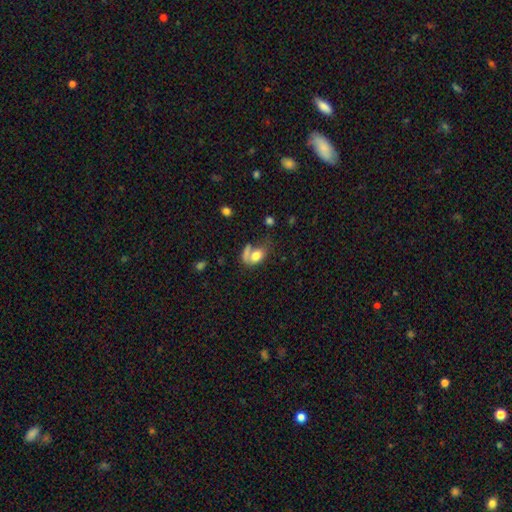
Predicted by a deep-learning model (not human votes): Smooth or featured? Predicted: smooth (p=0.72). How rounded? Predicted: in between (p=0.81). Merging? Predicted: none (p=0.33).